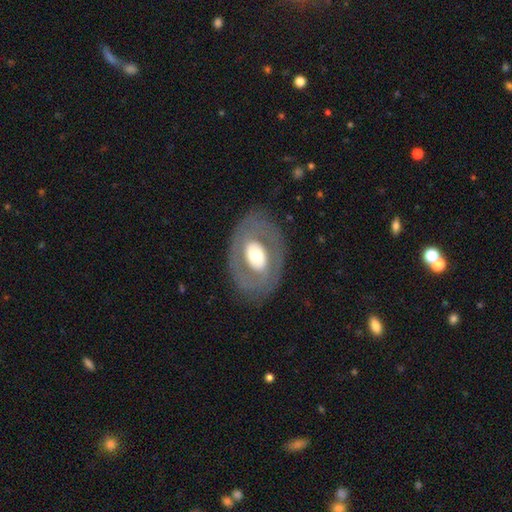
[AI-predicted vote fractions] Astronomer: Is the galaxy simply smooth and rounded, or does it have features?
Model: featured or disk — 60%.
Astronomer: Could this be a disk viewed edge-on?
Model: no — 93%.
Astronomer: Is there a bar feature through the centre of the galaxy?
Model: no — 74%.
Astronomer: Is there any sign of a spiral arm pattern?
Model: no — 76%.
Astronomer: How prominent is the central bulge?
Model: moderate — 54%.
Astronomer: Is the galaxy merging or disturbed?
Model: none — 79%.